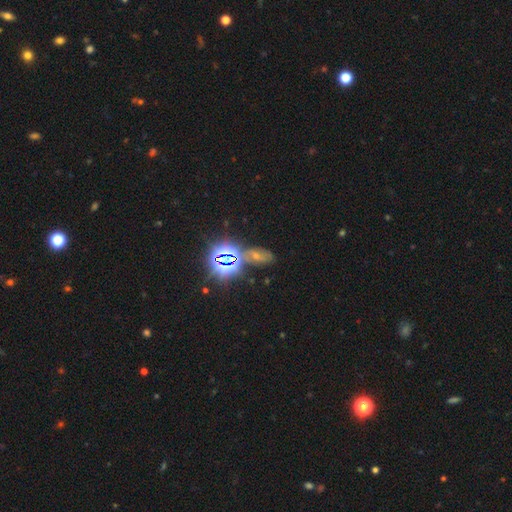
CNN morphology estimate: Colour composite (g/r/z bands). It shows a star or artifact, not a galaxy (60%).